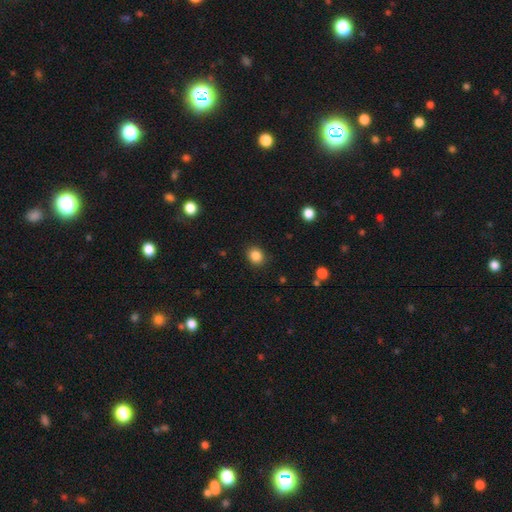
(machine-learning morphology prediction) This appears to be a smooth galaxy with no disk features (86%) that is round (69%). Merging: none (89%).